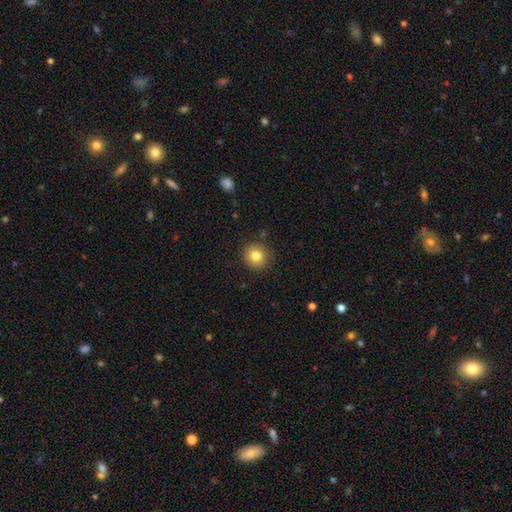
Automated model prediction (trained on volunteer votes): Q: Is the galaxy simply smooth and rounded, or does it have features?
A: smooth — 81%.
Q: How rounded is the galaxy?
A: round — 88%.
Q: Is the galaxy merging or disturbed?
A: none — 87%.